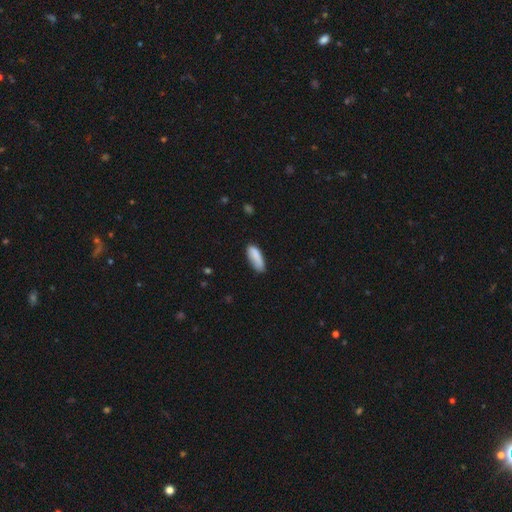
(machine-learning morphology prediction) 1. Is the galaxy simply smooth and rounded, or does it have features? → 84% smooth, 9% featured or disk, 7% star or artifact.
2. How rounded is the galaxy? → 63% in between, 36% cigar-shaped, 2% round.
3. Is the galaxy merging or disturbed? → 64% none, 26% minor disturbance, 6% major disturbance, 3% merger.